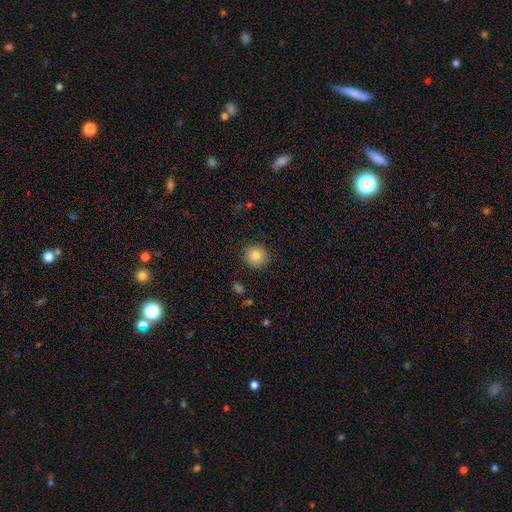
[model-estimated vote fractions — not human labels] Smooth or featured?
  - smooth: 84% *
  - star or artifact: 10%
  - featured or disk: 7%
How rounded?
  - round: 92% *
  - in between: 7%
  - cigar-shaped: 1%
Merging?
  - none: 89% *
  - minor disturbance: 7%
  - major disturbance: 2%
  - merger: 1%